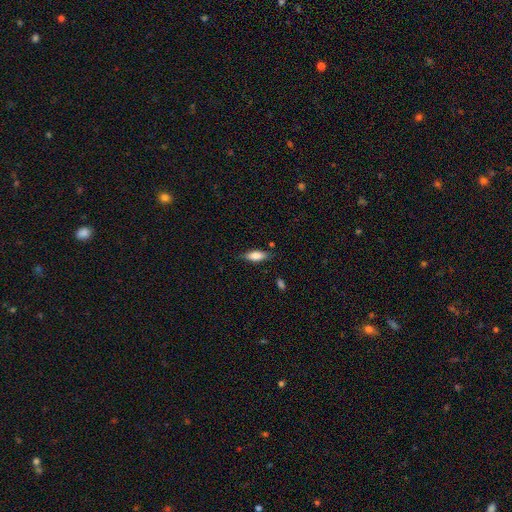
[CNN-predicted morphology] This is likely a smooth galaxy (76%). How rounded: likely in between (70%). Merging: likely none (79%).